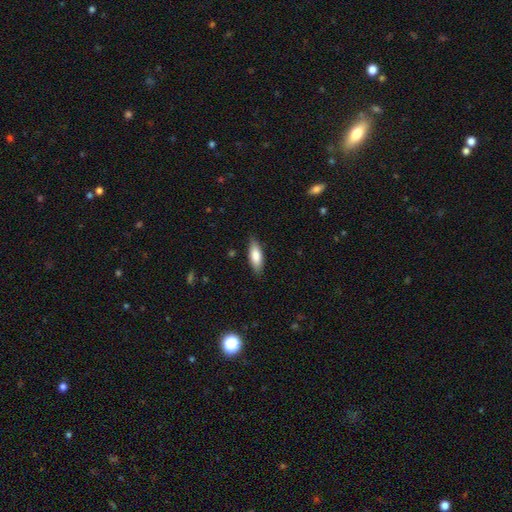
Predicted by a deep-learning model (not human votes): smooth 81%, featured or disk 13%, star or artifact 6%. Down the decision tree: how rounded — in between (69%); merging — none (83%).